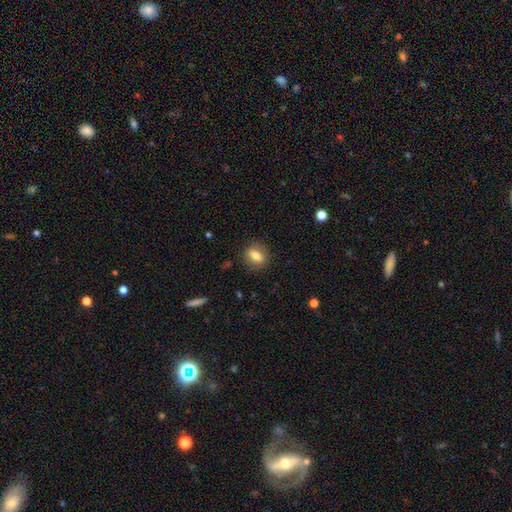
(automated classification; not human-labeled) Smooth or featured? smooth (75%)
How rounded? round (51%)
Merging? none (86%)